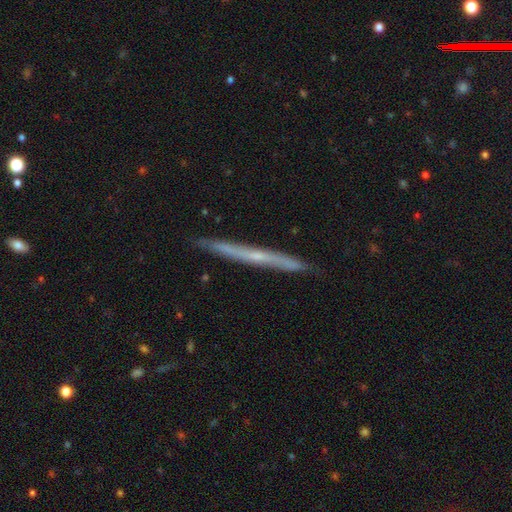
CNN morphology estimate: A featured or disk galaxy (64%) viewed edge-on (96%) with no central bulge (61%).

Vote fractions:
- Smooth or featured? featured or disk: 64% / smooth: 29% / star or artifact: 7%
- Edge-on disk? yes: 96% / no: 4%
- Edge-on bulge? none: 61% / rounded: 35% / boxy: 4%
- Merging? none: 89% / minor disturbance: 9% / major disturbance: 1% / merger: 1%